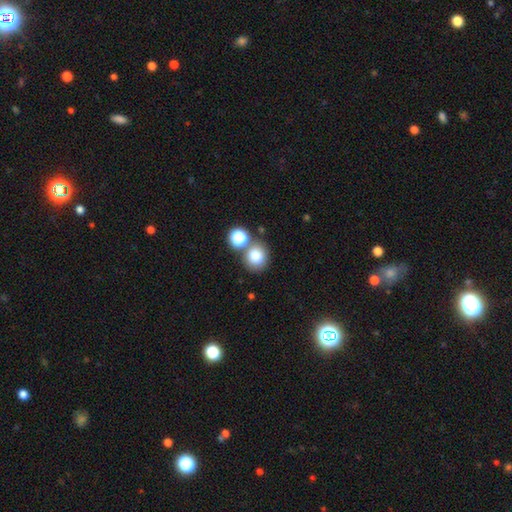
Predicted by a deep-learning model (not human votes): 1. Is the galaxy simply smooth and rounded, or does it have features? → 78% smooth, 13% star or artifact, 9% featured or disk.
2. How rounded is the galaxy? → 83% round, 16% in between, 1% cigar-shaped.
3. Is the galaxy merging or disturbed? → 69% none, 19% merger, 9% minor disturbance, 3% major disturbance.